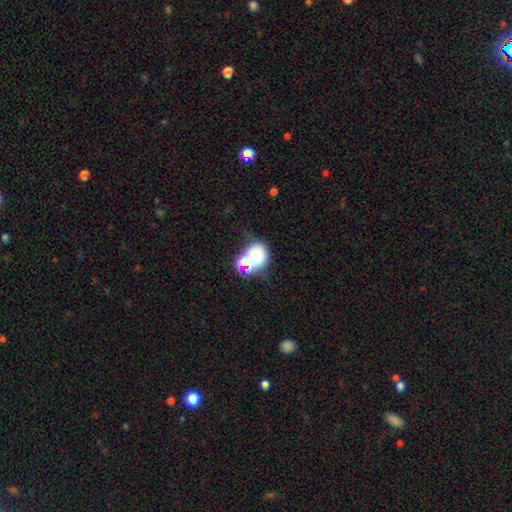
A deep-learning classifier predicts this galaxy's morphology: smooth_or_featured: smooth (p=0.64) [alt: star or artifact p=0.19]
how_rounded: round (p=0.57) [alt: in between p=0.42]
merging: merger (p=0.40) [alt: none p=0.33]